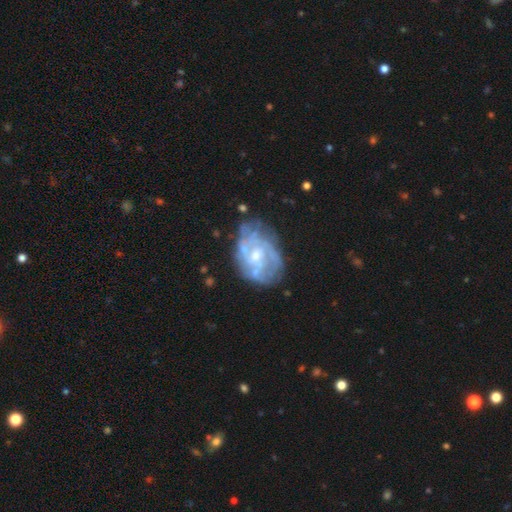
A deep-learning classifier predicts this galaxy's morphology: featured or disk 77%, smooth 16%, star or artifact 7%. Down the decision tree: edge-on disk — no (97%); bar — no (64%); spiral arms — yes (66%); bulge size — small (50%); merging — none (58%).